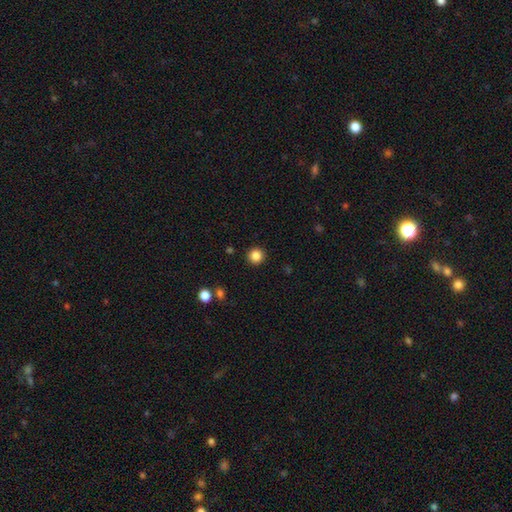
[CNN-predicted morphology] Smooth or featured? smooth (85%)
How rounded? round (95%)
Merging? none (92%)